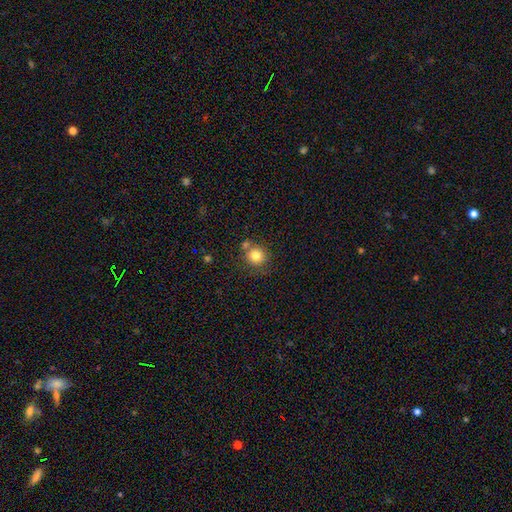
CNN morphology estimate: A smooth galaxy with no disk features (81%) that is round (90%).

Vote fractions:
- Smooth or featured? smooth: 81% / star or artifact: 11% / featured or disk: 8%
- How rounded? round: 90% / in between: 10% / cigar-shaped: 1%
- Merging? none: 68% / merger: 17% / minor disturbance: 11% / major disturbance: 4%